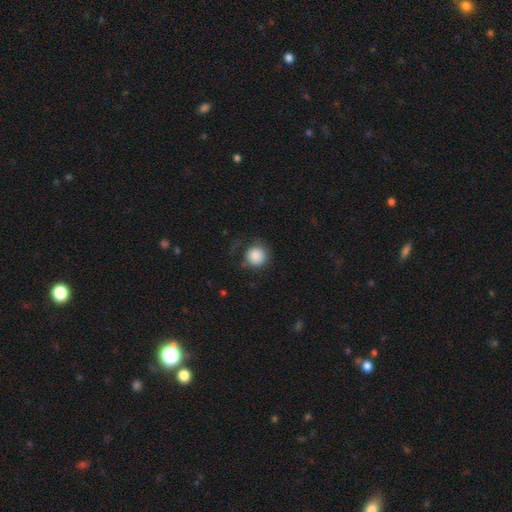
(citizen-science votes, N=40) smooth_or_featured: smooth (p=0.97) [alt: star or artifact p=0.03]
how_rounded: round (p=0.97) [alt: in between p=0.03]
merging: none (p=0.62) [alt: minor disturbance p=0.26]